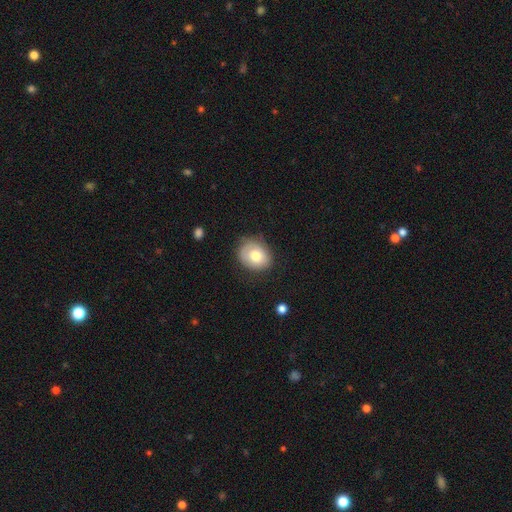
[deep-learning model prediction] Smooth or featured? smooth (70%)
How rounded? round (54%)
Merging? none (75%)